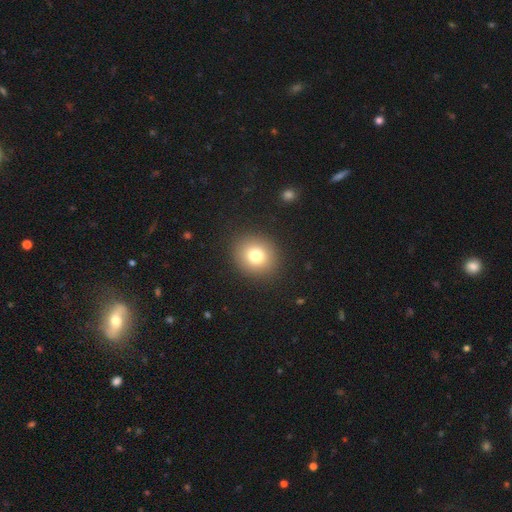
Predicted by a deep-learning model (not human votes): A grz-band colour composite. It shows a smooth galaxy with no disk features (78%) that is round (81%). Merging: none (90%).